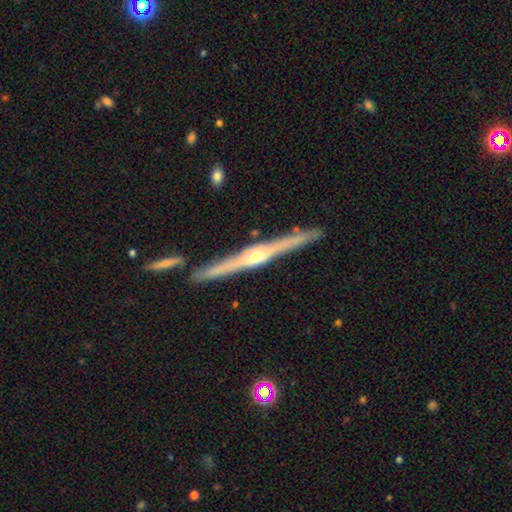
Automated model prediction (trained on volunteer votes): A featured or disk galaxy (81%) viewed edge-on (98%) with a rounded central bulge (90%).

Vote fractions:
- Smooth or featured? featured or disk: 81% / smooth: 14% / star or artifact: 5%
- Edge-on disk? yes: 98% / no: 2%
- Edge-on bulge? rounded: 90% / none: 5% / boxy: 5%
- Merging? none: 87% / minor disturbance: 9% / merger: 3% / major disturbance: 2%